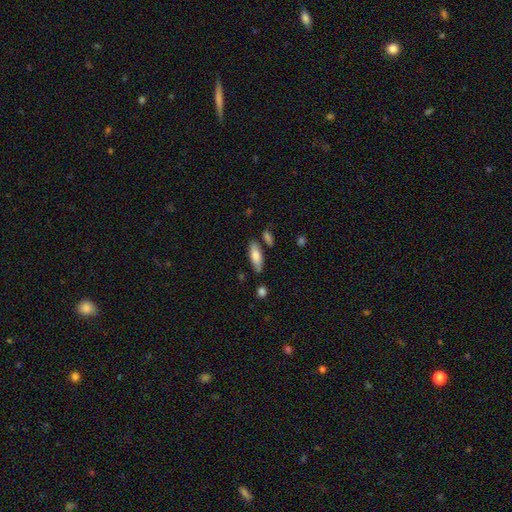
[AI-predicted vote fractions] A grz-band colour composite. It shows a smooth galaxy with no disk features (76%) that is in between round and cigar-shaped (64%). Merging: none (74%).